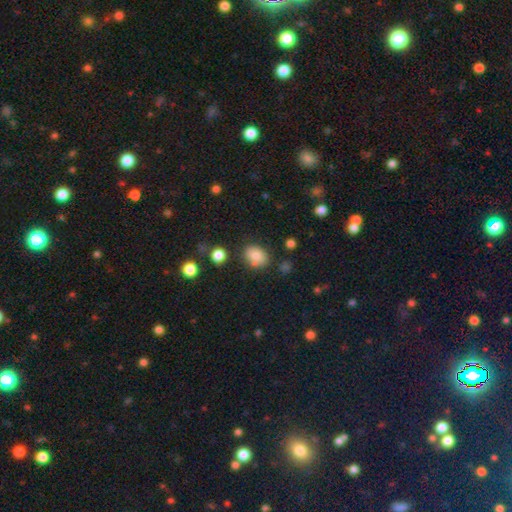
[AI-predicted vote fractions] This appears to be a smooth galaxy with no disk features (79%) that is in between round and cigar-shaped (55%). Merging: none (71%).